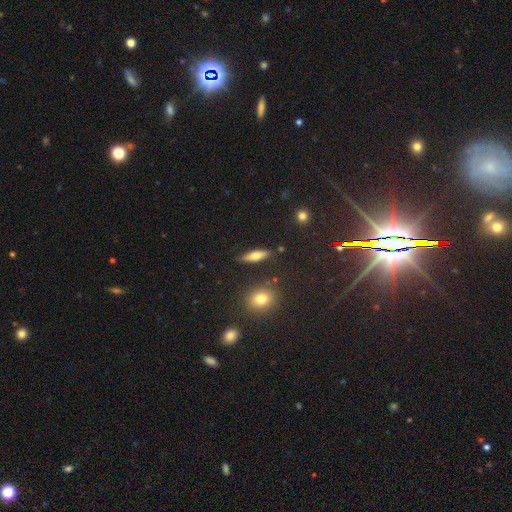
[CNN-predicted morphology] Smooth or featured? smooth (61%)
How rounded? cigar-shaped (55%)
Merging? none (83%)